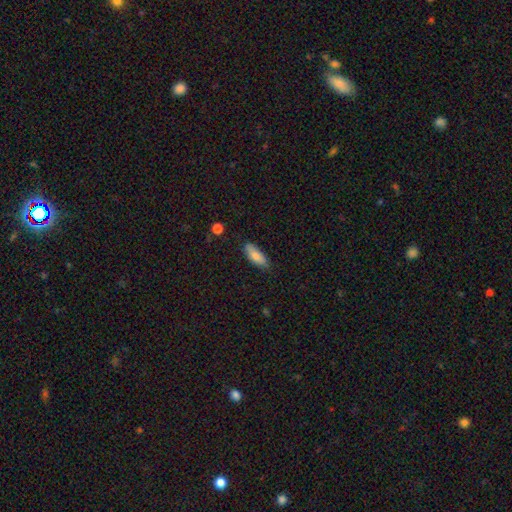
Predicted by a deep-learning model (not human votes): A smooth galaxy with no disk features (82%) that is in between round and cigar-shaped (70%).

Vote fractions:
- Smooth or featured? smooth: 82% / featured or disk: 12% / star or artifact: 6%
- How rounded? in between: 70% / cigar-shaped: 28% / round: 2%
- Merging? none: 78% / minor disturbance: 17% / major disturbance: 3% / merger: 2%